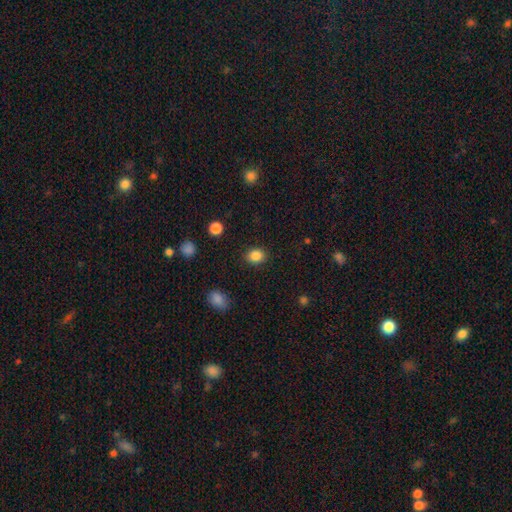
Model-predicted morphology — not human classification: Smooth or featured: smooth — 86% (star or artifact — 10%)
How rounded: round — 50% (in between — 49%)
Merging: none — 89% (minor disturbance — 8%)